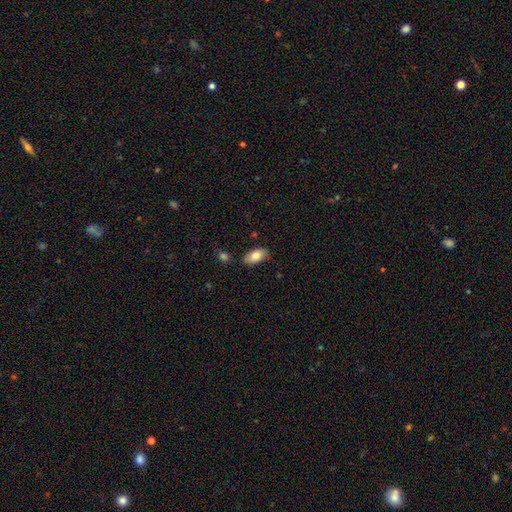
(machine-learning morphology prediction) Q: Smooth or featured?
A: smooth (79%); runner-up: featured or disk (14%)
Q: How rounded?
A: in between (94%); runner-up: round (3%)
Q: Merging?
A: none (81%); runner-up: minor disturbance (13%)